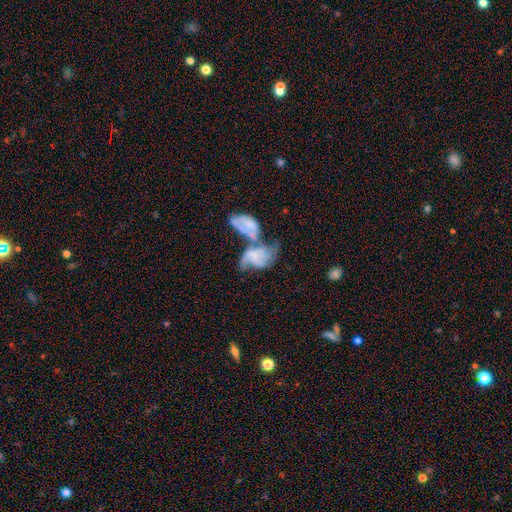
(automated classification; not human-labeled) Smooth or featured?
  - featured or disk: 66% *
  - smooth: 26%
  - star or artifact: 8%
Edge-on disk?
  - no: 97% *
  - yes: 3%
Bar?
  - no: 67% *
  - weak: 25%
  - strong: 8%
Spiral arms?
  - yes: 76% *
  - no: 24%
Bulge size?
  - none: 55% *
  - small: 25%
  - moderate: 13%
  - large: 5%
  - dominant: 2%
Merging?
  - merger: 65% *
  - major disturbance: 17%
  - none: 10%
  - minor disturbance: 8%